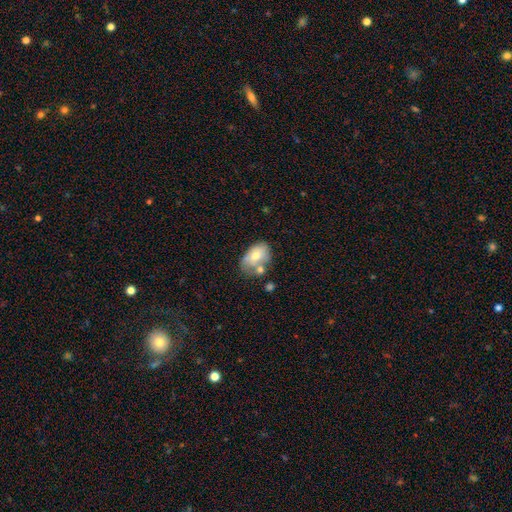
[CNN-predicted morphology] Smooth or featured? smooth (64%)
How rounded? in between (79%)
Merging? none (36%)